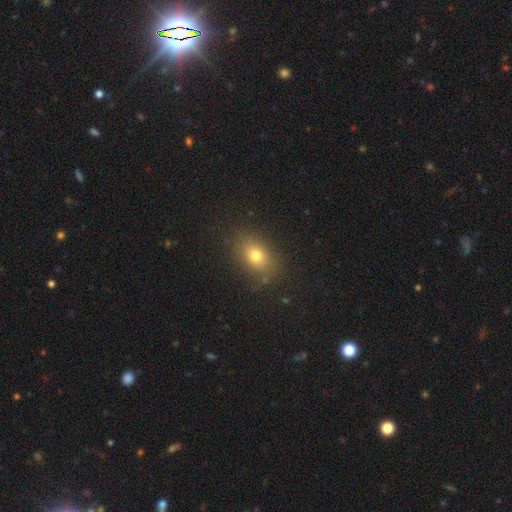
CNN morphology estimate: Smooth or featured?
  - smooth: 74% *
  - star or artifact: 14%
  - featured or disk: 12%
How rounded?
  - in between: 72% *
  - round: 26%
  - cigar-shaped: 2%
Merging?
  - none: 83% *
  - minor disturbance: 12%
  - major disturbance: 4%
  - merger: 2%